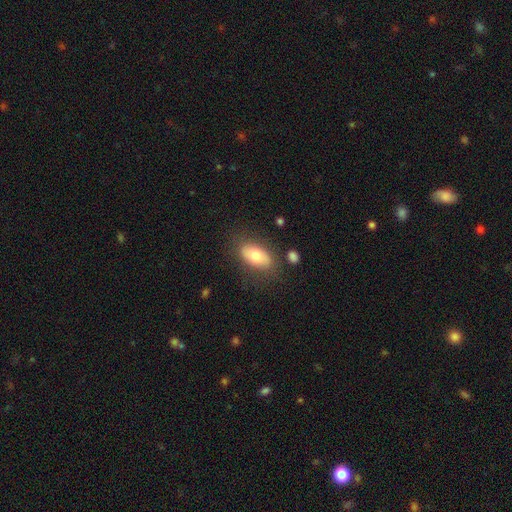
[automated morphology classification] Overall: smooth (71%). How rounded: in between (90%). Merging: none (77%).